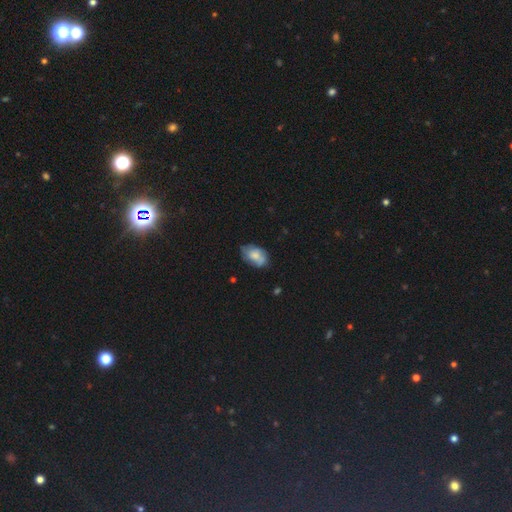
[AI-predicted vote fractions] Smooth or featured?
  - smooth: 63% *
  - featured or disk: 29%
  - star or artifact: 8%
How rounded?
  - in between: 89% *
  - round: 10%
  - cigar-shaped: 2%
Merging?
  - none: 58% *
  - minor disturbance: 30%
  - major disturbance: 8%
  - merger: 4%